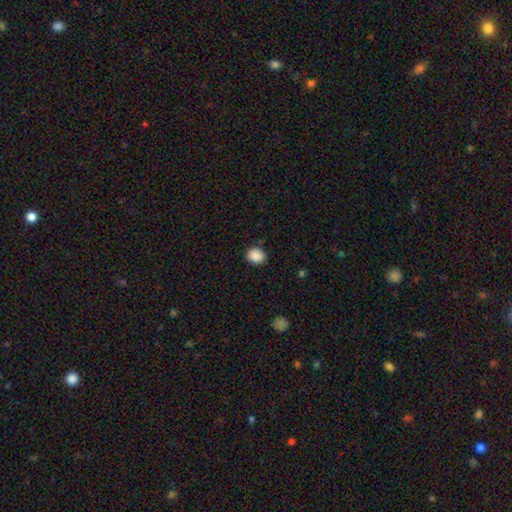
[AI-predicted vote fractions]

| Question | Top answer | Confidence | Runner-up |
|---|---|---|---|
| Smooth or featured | smooth | 88% | star or artifact (8%) |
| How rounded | round | 60% | in between (39%) |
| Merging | none | 86% | minor disturbance (10%) |